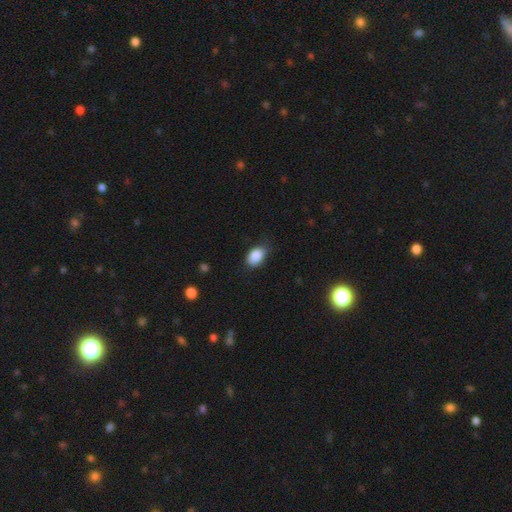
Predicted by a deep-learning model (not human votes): Smooth or featured? smooth (87%)
How rounded? in between (85%)
Merging? none (73%)